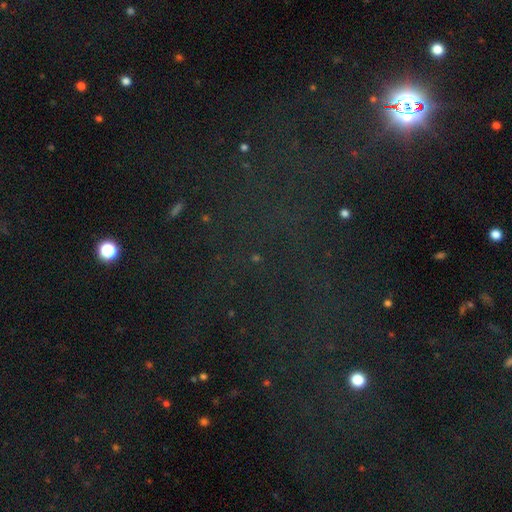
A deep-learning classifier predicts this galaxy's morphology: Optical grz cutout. It shows a star or artifact, not a galaxy (70%).